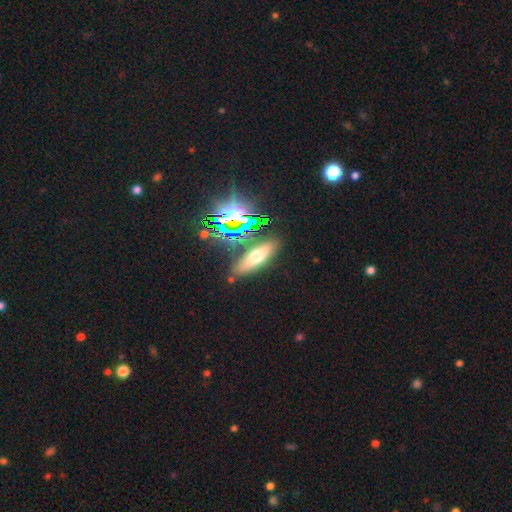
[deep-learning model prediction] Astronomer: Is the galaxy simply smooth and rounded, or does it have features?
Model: smooth — 42% (runner-up: star or artifact, 32%).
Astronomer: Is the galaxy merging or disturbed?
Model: none — 82%.